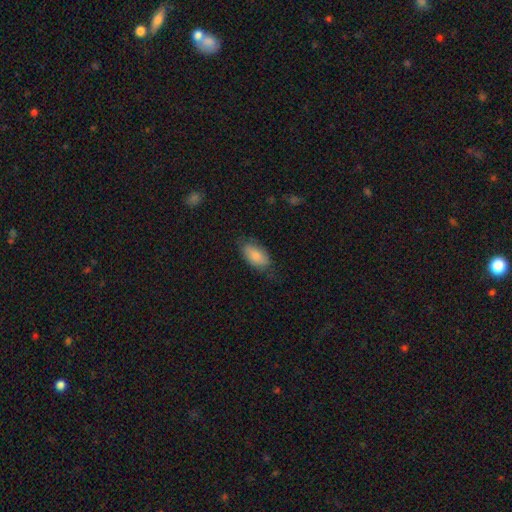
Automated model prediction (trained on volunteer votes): Overall: smooth (85%). How rounded: in between (93%). Merging: none (72%).